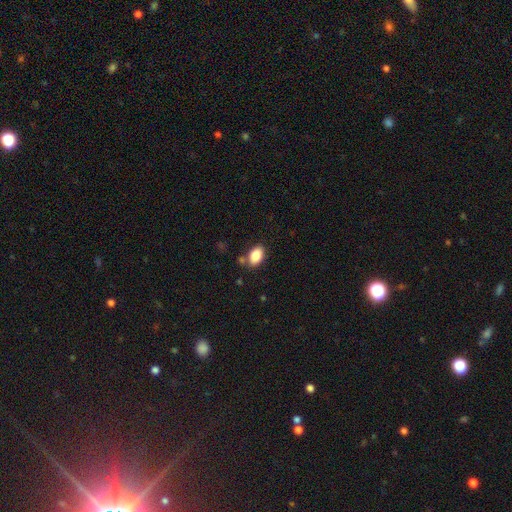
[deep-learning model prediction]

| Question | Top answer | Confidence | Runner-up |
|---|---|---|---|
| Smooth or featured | smooth | 86% | star or artifact (8%) |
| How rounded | in between | 89% | round (9%) |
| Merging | none | 78% | minor disturbance (12%) |